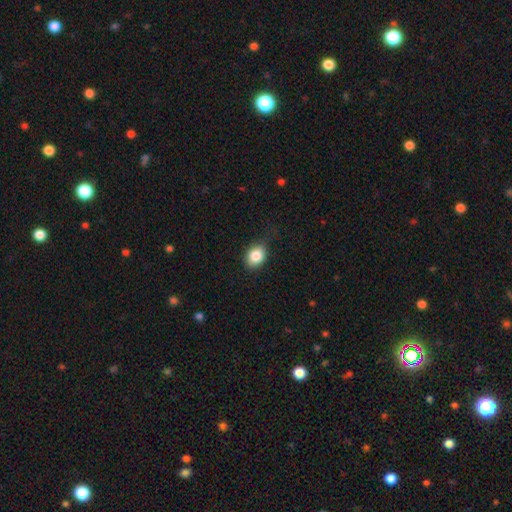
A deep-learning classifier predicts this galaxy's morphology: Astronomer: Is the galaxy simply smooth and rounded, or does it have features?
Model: smooth — 84%.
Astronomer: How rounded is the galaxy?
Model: in between — 62%.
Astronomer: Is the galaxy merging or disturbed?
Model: none — 72%.